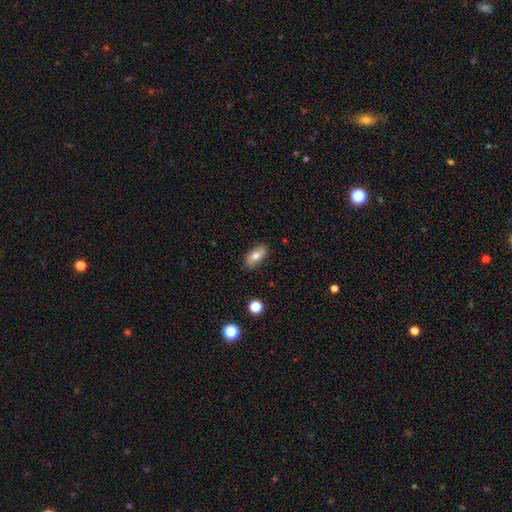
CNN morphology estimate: type=smooth (73%); roundness=in between (88%); merging=none (86%).